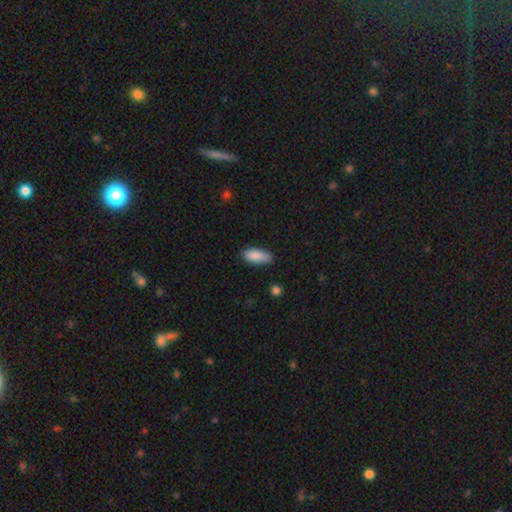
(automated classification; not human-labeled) This is clearly a smooth galaxy (88%). How rounded: clearly in between (81%). Merging: likely none (80%).